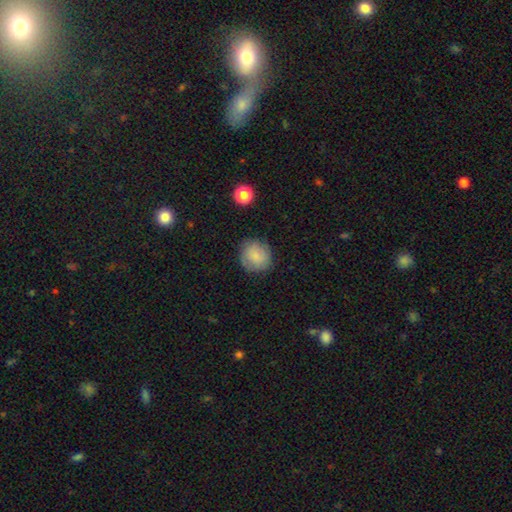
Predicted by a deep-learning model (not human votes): Smooth or featured? Predicted: smooth (p=0.76). How rounded? Predicted: round (p=0.83). Merging? Predicted: none (p=0.79).